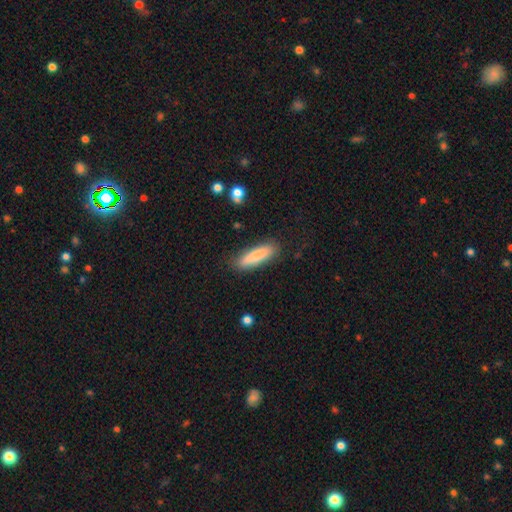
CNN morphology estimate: A smooth galaxy with no disk features (85%) that is cigar-shaped (66%). Merging: none (85%).